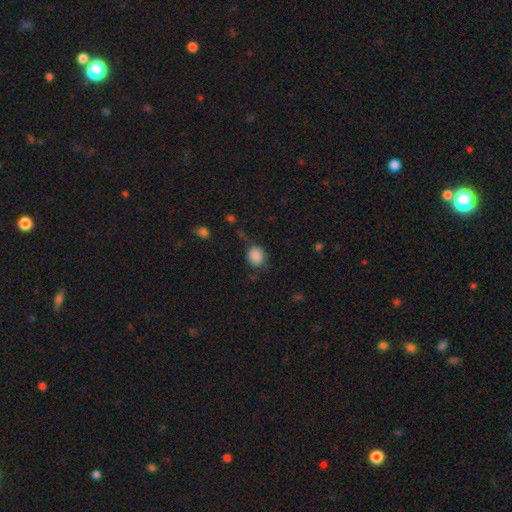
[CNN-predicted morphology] Q: Smooth or featured?
A: smooth (87%); runner-up: star or artifact (8%)
Q: How rounded?
A: round (72%); runner-up: in between (27%)
Q: Merging?
A: none (68%); runner-up: minor disturbance (22%)